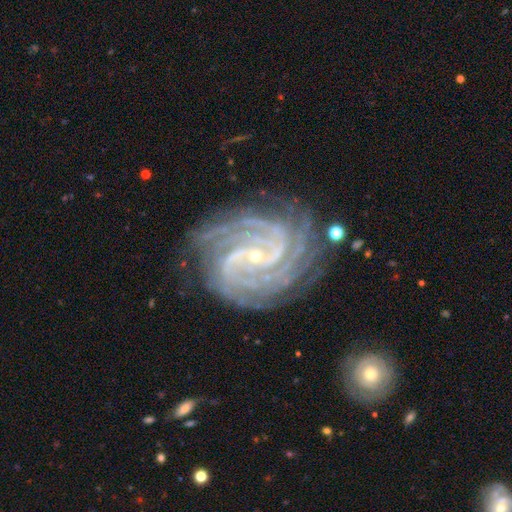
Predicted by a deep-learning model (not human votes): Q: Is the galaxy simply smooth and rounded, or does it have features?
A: featured or disk — 93%.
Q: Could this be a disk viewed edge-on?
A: no — 98%.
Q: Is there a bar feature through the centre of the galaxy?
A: weak — 41%.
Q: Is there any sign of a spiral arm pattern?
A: yes — 99%.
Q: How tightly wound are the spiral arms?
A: tight — 76%.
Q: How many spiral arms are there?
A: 4 — 32%.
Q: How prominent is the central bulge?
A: small — 84%.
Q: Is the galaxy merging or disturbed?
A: none — 79%.